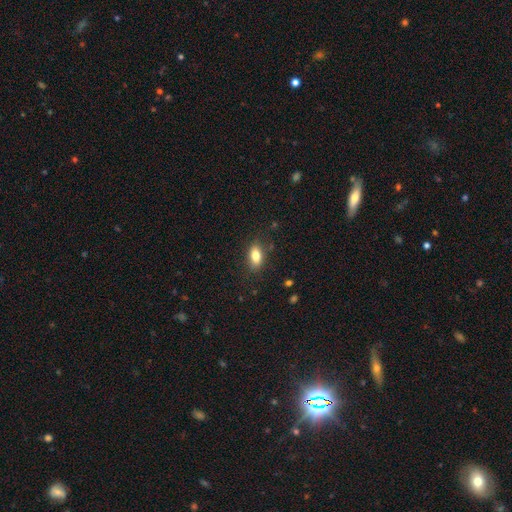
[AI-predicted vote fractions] smooth_or_featured: smooth (p=0.81) [alt: featured or disk p=0.10]
how_rounded: in between (p=0.86) [alt: round p=0.08]
merging: none (p=0.82) [alt: minor disturbance p=0.13]